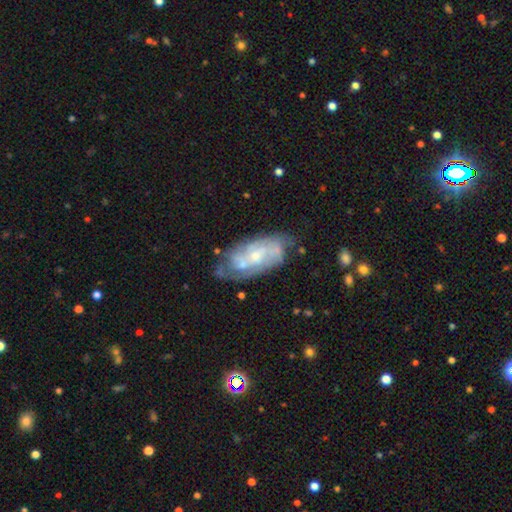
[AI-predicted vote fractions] smooth-or-featured: featured or disk: 73% | smooth: 20% | star or artifact: 7%
  disk-edge-on: no: 93% | yes: 7%
    bar: no: 68% | weak: 27% | strong: 5%
    has-spiral-arms: yes: 79% | no: 21%
      spiral-winding: tight: 50% | medium: 37% | loose: 13%
      spiral-arm-count: can't tell: 48% | 2: 24% | 3: 14% | 4: 7% | 1: 4% | more than 4: 3%
    bulge-size: small: 58% | moderate: 33% | none: 6% | large: 2% | dominant: 1%
  merging: none: 60% | minor disturbance: 23% | major disturbance: 10% | merger: 6%